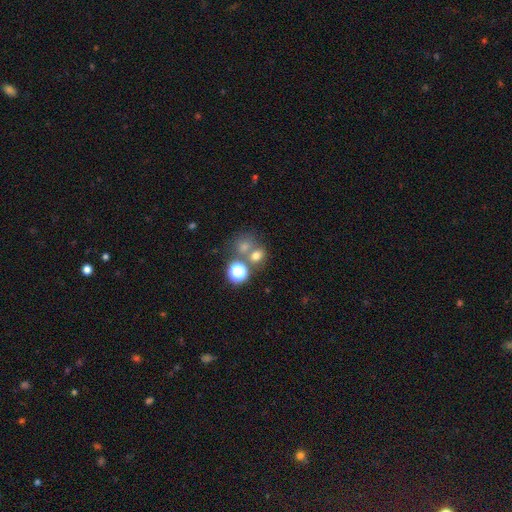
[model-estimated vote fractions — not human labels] Morphology: type=smooth (66%); roundness=round (68%); merging=none (49%).